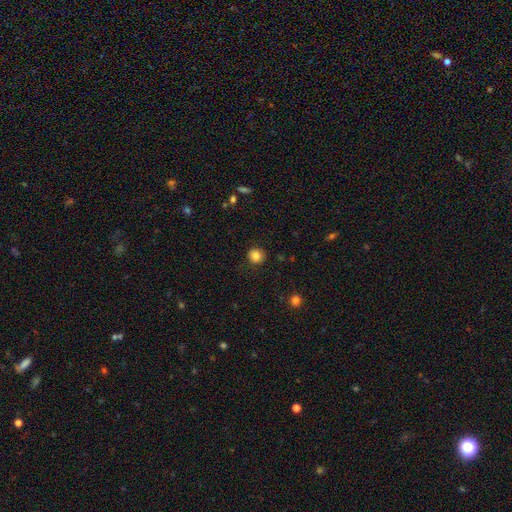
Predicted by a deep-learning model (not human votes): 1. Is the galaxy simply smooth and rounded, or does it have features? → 84% smooth, 11% star or artifact, 5% featured or disk.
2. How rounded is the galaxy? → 90% round, 9% in between, 1% cigar-shaped.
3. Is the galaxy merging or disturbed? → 90% none, 7% minor disturbance, 2% major disturbance, 1% merger.